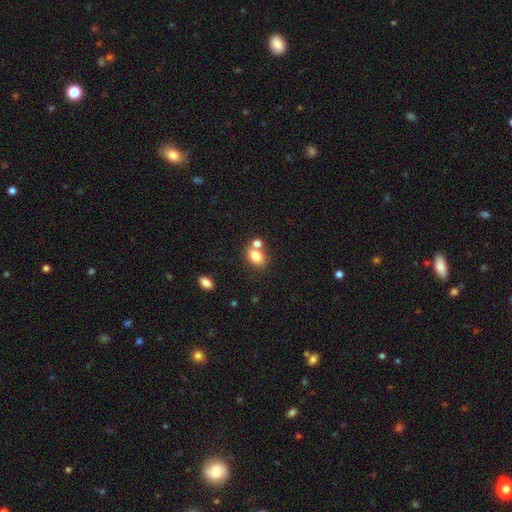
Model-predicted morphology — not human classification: Q: Smooth or featured?
A: smooth (79%); runner-up: star or artifact (11%)
Q: How rounded?
A: in between (70%); runner-up: round (28%)
Q: Merging?
A: none (53%); runner-up: merger (33%)